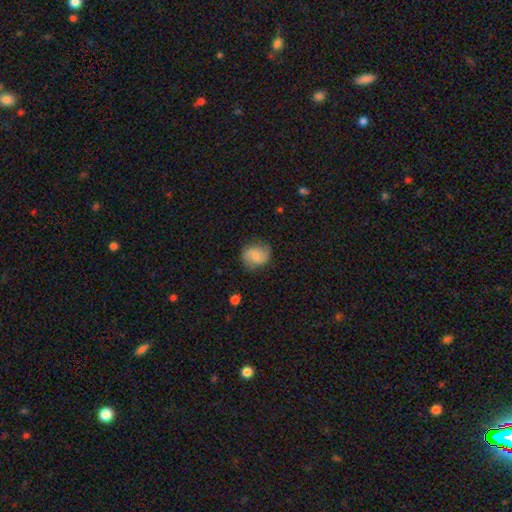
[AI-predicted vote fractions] smooth-or-featured: smooth: 65% | featured or disk: 27% | star or artifact: 8%
  how-rounded: round: 66% | in between: 33% | cigar-shaped: 1%
  merging: none: 72% | minor disturbance: 21% | major disturbance: 6% | merger: 1%